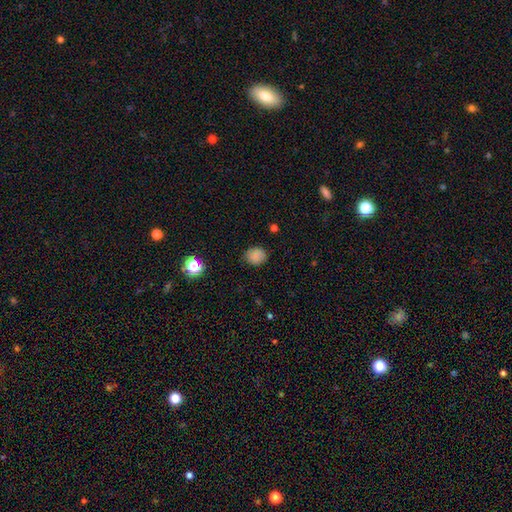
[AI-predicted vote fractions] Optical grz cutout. It shows a smooth galaxy with no disk features (83%) that is round (74%). Merging: none (81%).